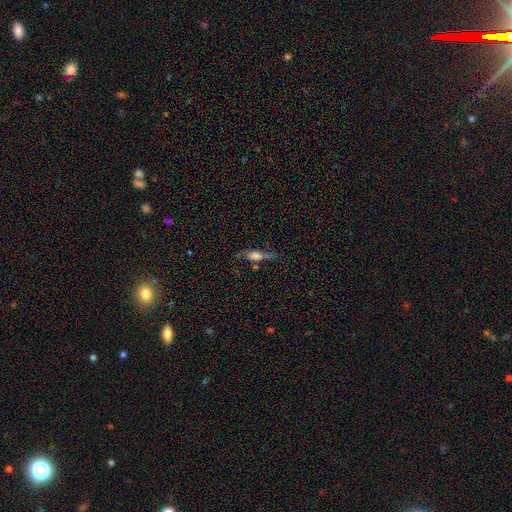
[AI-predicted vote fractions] Q: Smooth or featured?
A: smooth (52%); runner-up: featured or disk (33%)
Q: How rounded?
A: in between (51%); runner-up: cigar-shaped (43%)
Q: Merging?
A: none (48%); runner-up: minor disturbance (26%)